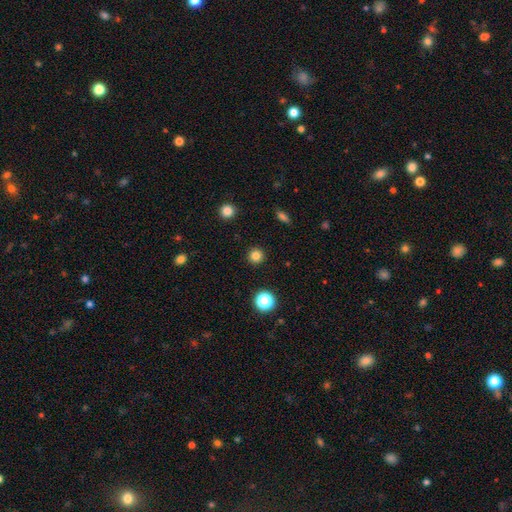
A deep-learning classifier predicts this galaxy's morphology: smooth_or_featured: smooth (p=0.82) [alt: star or artifact p=0.14]
how_rounded: round (p=0.95) [alt: in between p=0.04]
merging: none (p=0.92) [alt: minor disturbance p=0.05]